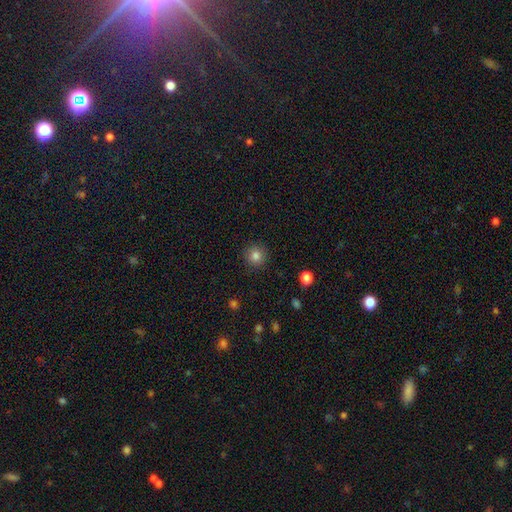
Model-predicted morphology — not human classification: Smooth or featured? smooth (83%)
How rounded? round (94%)
Merging? none (90%)